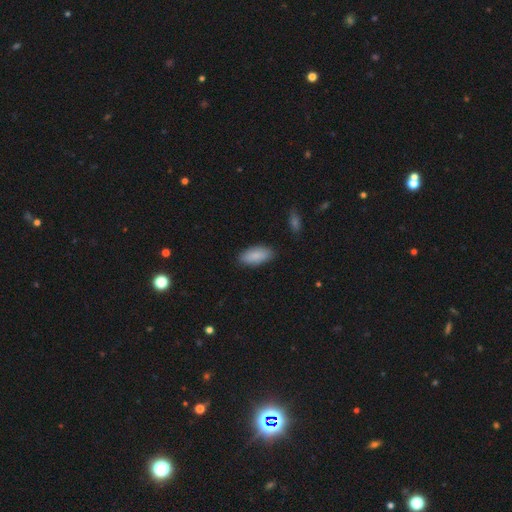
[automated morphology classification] smooth-or-featured: smooth: 87% | featured or disk: 7% | star or artifact: 6%
  how-rounded: in between: 88% | cigar-shaped: 10% | round: 2%
  merging: none: 84% | minor disturbance: 12% | major disturbance: 2% | merger: 1%